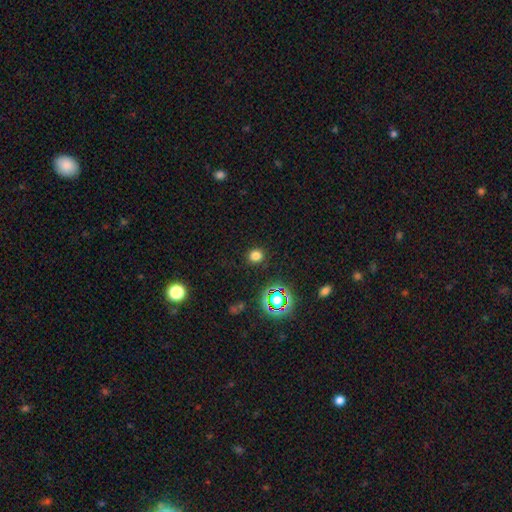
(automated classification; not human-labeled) A smooth galaxy with no disk features (75%) that is round (87%). Merging: none (89%).